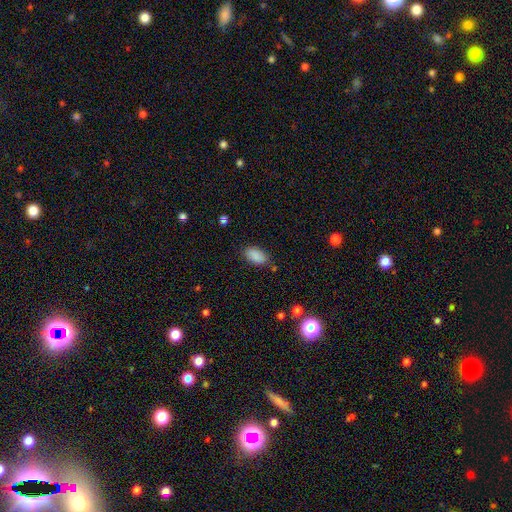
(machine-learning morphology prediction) Smooth or featured? Predicted: smooth (p=0.88). How rounded? Predicted: in between (p=0.93). Merging? Predicted: none (p=0.82).